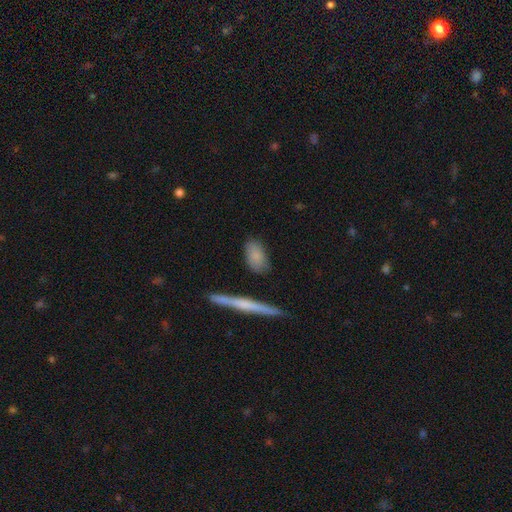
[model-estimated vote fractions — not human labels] A smooth galaxy with no disk features (83%) that is in between round and cigar-shaped (87%).

Vote fractions:
- Smooth or featured? smooth: 83% / featured or disk: 11% / star or artifact: 6%
- How rounded? in between: 87% / cigar-shaped: 7% / round: 6%
- Merging? none: 77% / minor disturbance: 16% / major disturbance: 4% / merger: 4%